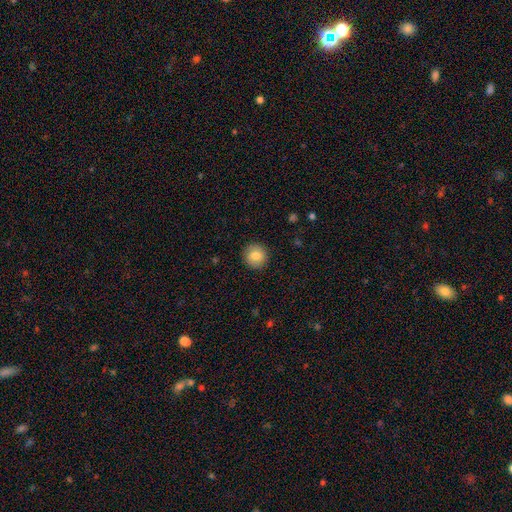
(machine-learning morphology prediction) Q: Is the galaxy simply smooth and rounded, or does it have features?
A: smooth — 82%.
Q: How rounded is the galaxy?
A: round — 93%.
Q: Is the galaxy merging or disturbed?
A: none — 91%.